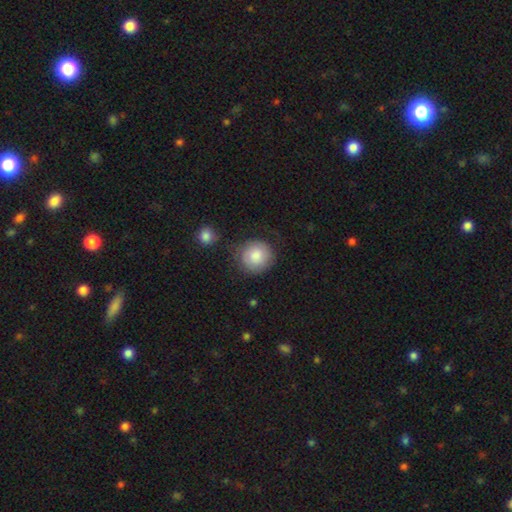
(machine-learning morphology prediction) Smooth or featured? smooth (81%)
How rounded? round (91%)
Merging? none (73%)